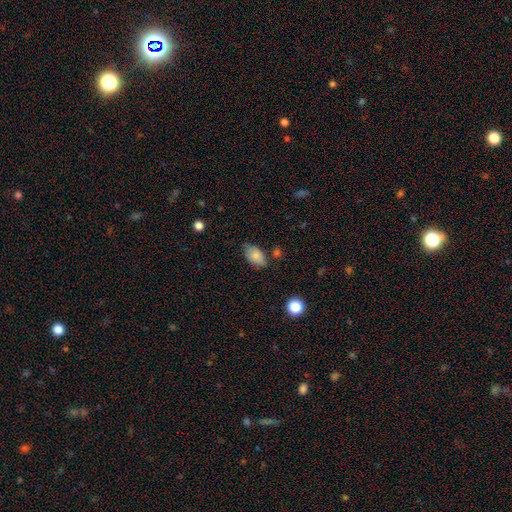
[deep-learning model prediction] Smooth or featured?
  - smooth: 85% *
  - star or artifact: 8%
  - featured or disk: 7%
How rounded?
  - in between: 92% *
  - round: 6%
  - cigar-shaped: 2%
Merging?
  - none: 68% *
  - minor disturbance: 23%
  - major disturbance: 5%
  - merger: 4%